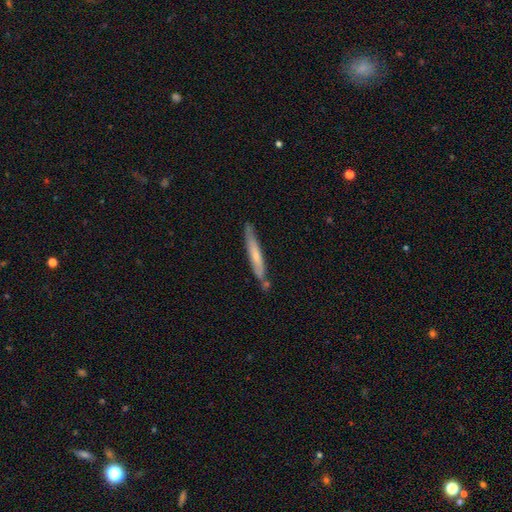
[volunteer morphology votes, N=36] Volunteers were most divided on "smooth or featured": smooth: 56%, featured or disk: 42%, star or artifact: 3%. More confident: how rounded — cigar-shaped (100%); merging — none (66%).